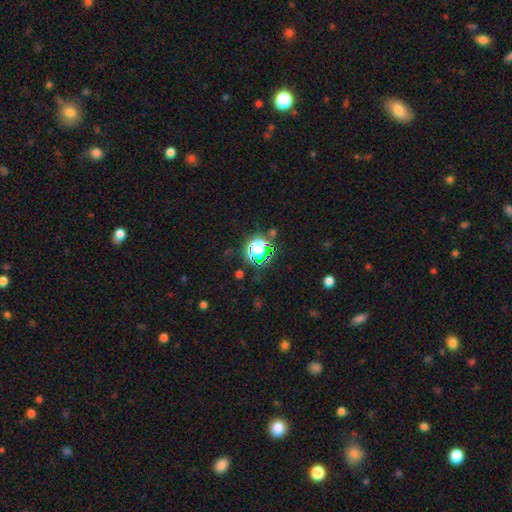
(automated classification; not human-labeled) Overall: star or artifact (61%; smooth 30%).